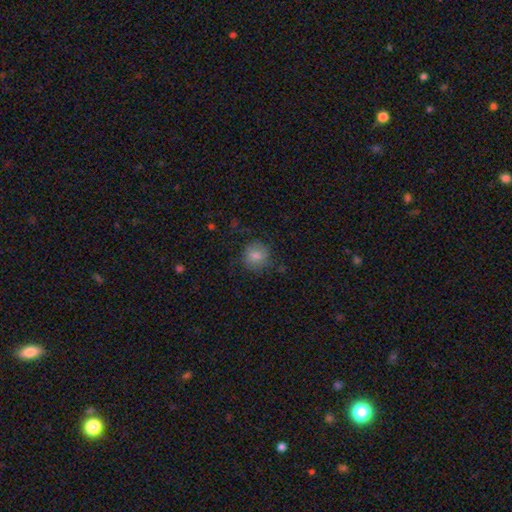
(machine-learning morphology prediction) Smooth or featured: smooth — 80% (featured or disk — 10%)
How rounded: round — 87% (in between — 12%)
Merging: none — 75% (minor disturbance — 17%)